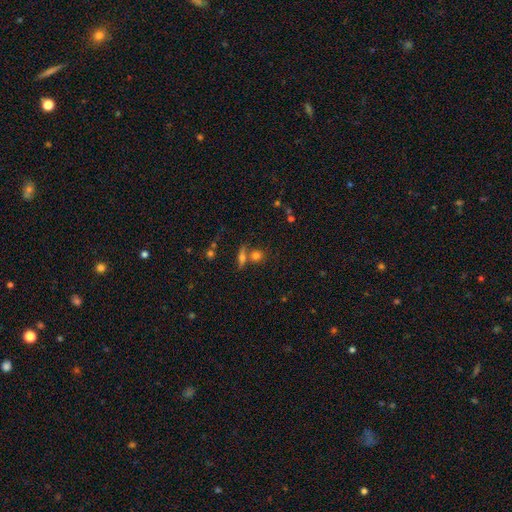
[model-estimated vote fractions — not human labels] Smooth or featured: smooth — 69% (featured or disk — 17%)
How rounded: round — 67% (in between — 24%)
Merging: none — 59% (merger — 29%)